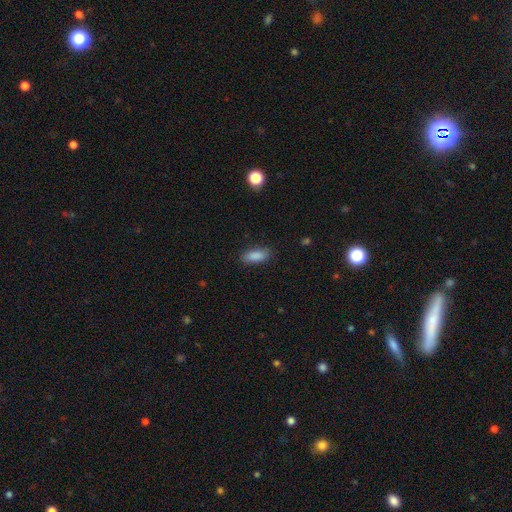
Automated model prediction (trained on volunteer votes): The model was most divided on "how rounded": in between: 81%, cigar-shaped: 17%, round: 2%. More confident: smooth or featured — smooth (87%); merging — none (83%).